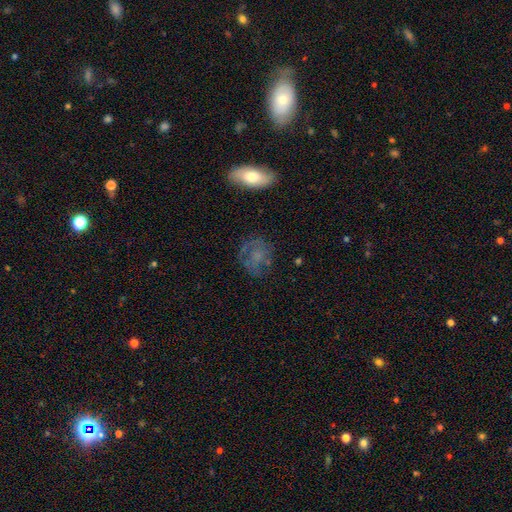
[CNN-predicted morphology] A featured or disk galaxy (45%). Merging: none (63%).